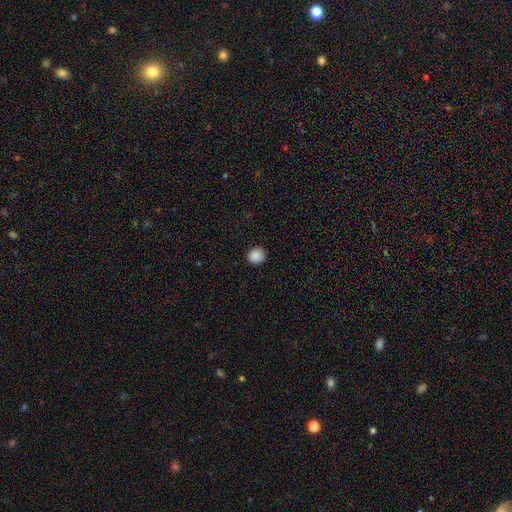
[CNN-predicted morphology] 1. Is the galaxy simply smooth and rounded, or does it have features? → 88% smooth, 9% star or artifact, 2% featured or disk.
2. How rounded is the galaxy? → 92% round, 8% in between, 1% cigar-shaped.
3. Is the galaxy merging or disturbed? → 92% none, 5% minor disturbance, 2% major disturbance, 1% merger.